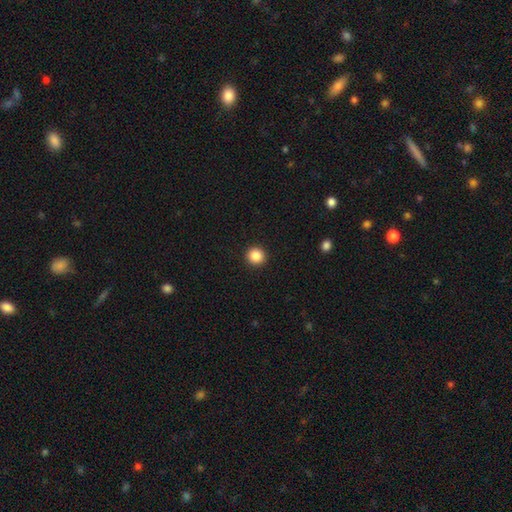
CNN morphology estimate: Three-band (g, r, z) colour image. It shows a smooth galaxy with no disk features (87%) that is round (94%). Merging: none (93%).